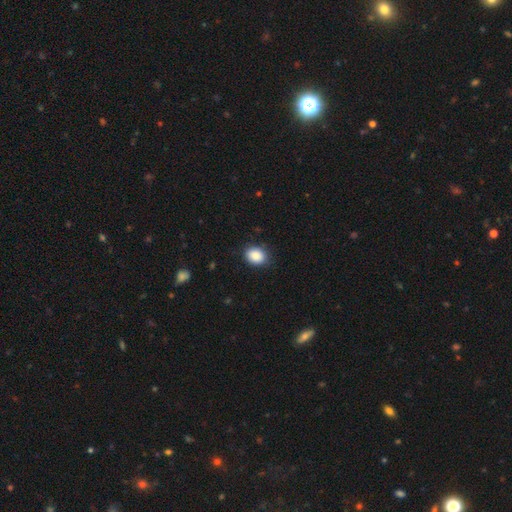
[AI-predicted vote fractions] Smooth or featured? smooth (88%)
How rounded? in between (56%)
Merging? none (85%)